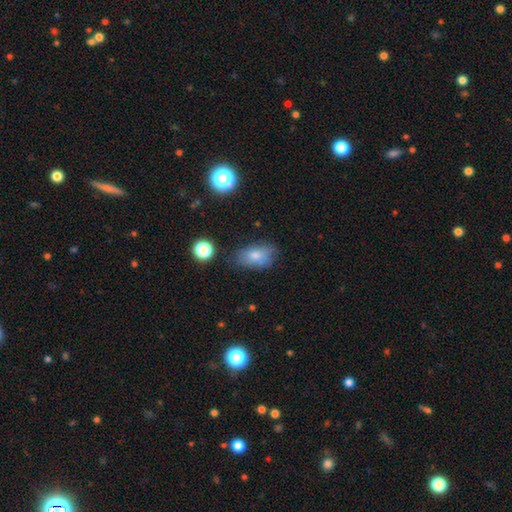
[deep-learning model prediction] The model was most divided on "merging": none: 67%, minor disturbance: 23%, major disturbance: 7%, merger: 3%. More confident: how rounded — in between (89%); smooth or featured — smooth (76%).